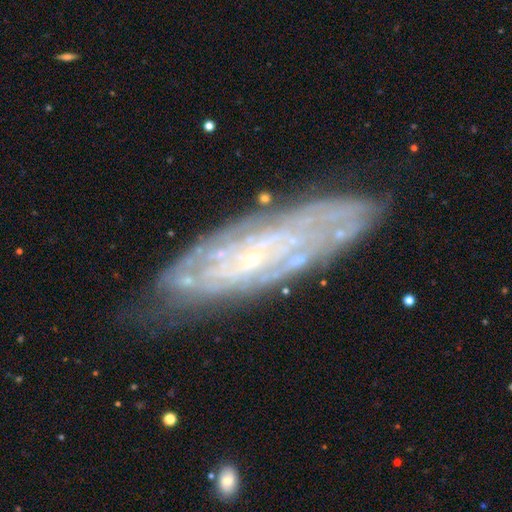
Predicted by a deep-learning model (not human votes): Morphology: type=featured or disk (79%); edge-on=no (78%); bar=no (66%); spiral arms=yes (86%); winding=tight (72%); arm count=can't tell (60%); bulge=small (83%); merging=none (74%).